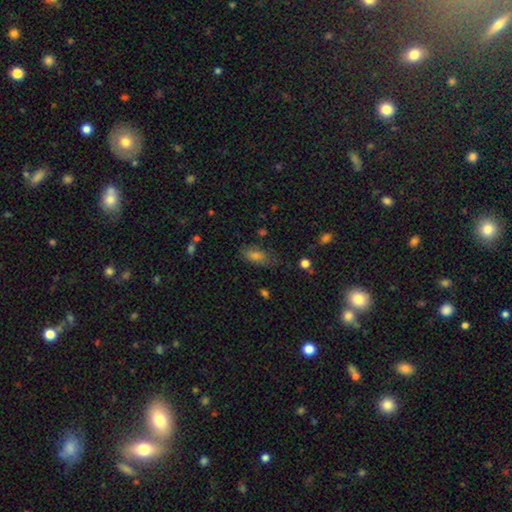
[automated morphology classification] type=smooth (69%); roundness=in between (77%); merging=none (69%).